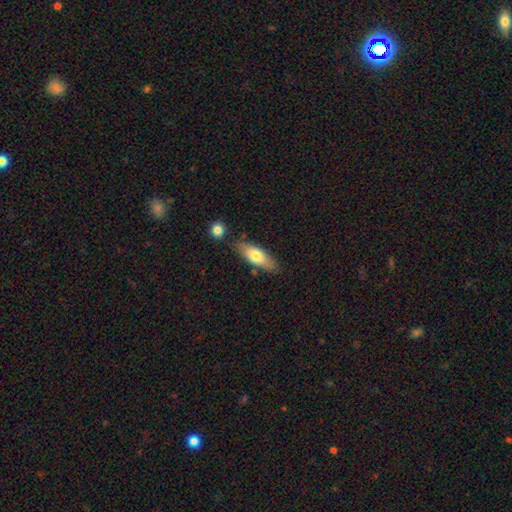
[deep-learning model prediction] Smooth or featured: smooth — 70% (featured or disk — 24%)
How rounded: in between — 62% (cigar-shaped — 35%)
Merging: none — 77% (minor disturbance — 14%)